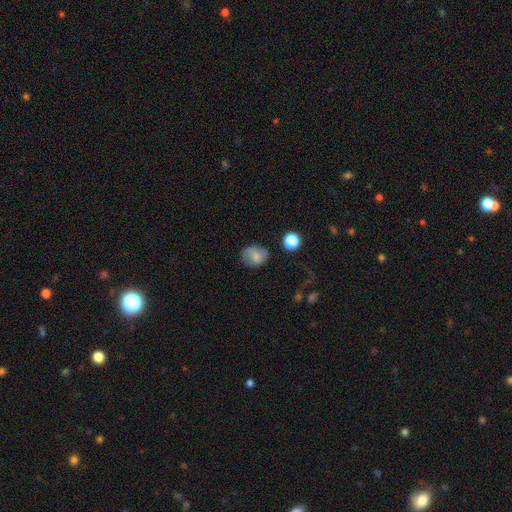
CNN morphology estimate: A smooth galaxy with no disk features (74%) that is round (50%).

Vote fractions:
- Smooth or featured? smooth: 74% / featured or disk: 16% / star or artifact: 10%
- How rounded? round: 50% / in between: 49% / cigar-shaped: 1%
- Merging? none: 66% / minor disturbance: 23% / major disturbance: 8% / merger: 3%